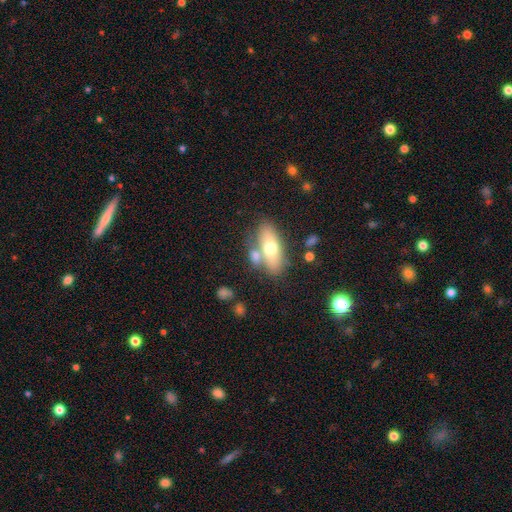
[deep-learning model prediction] The model was most divided on "merging": none: 57%, merger: 25%, minor disturbance: 13%, major disturbance: 5%. More confident: how rounded — in between (78%); smooth or featured — smooth (63%).